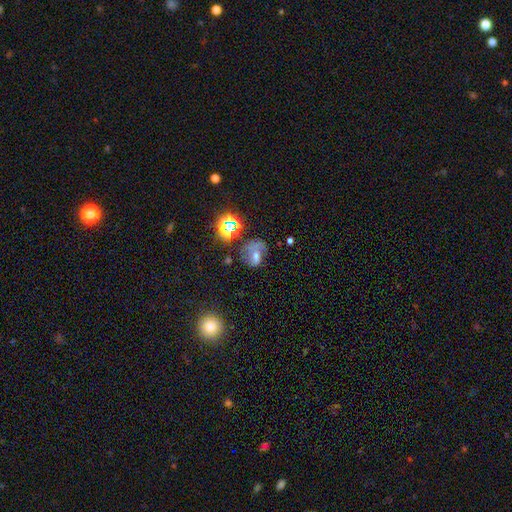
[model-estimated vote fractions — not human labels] Morphology: type=featured or disk (41%); merging=none (45%).